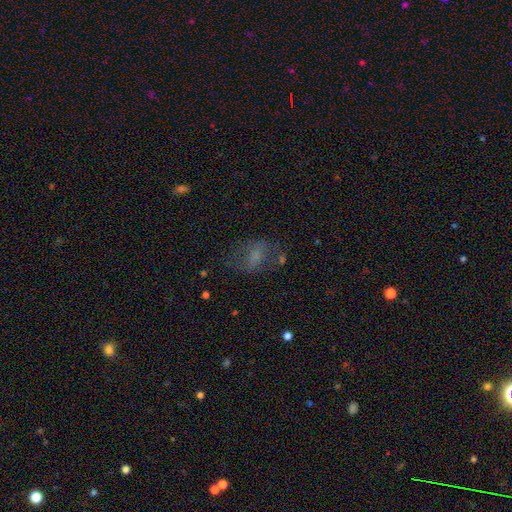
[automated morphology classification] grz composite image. It shows a smooth galaxy with no disk features (49%). Merging: none (51%).